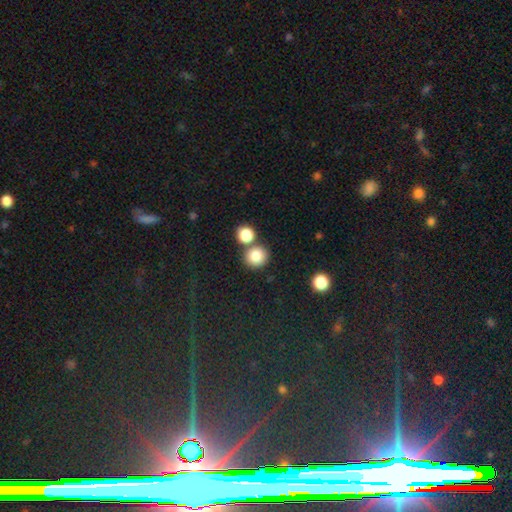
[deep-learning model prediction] This is clearly a smooth galaxy (83%). How rounded: clearly round (87%). Merging: likely none (71%).